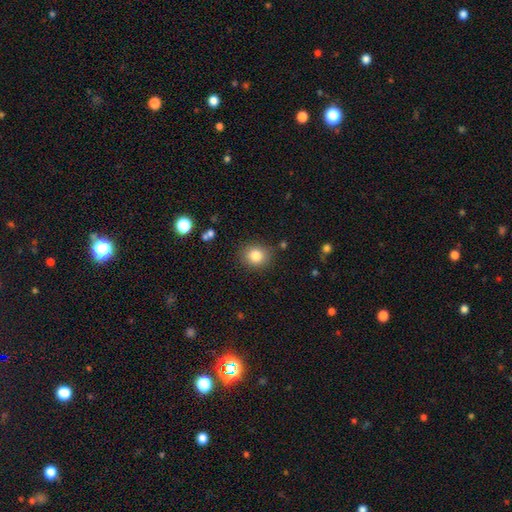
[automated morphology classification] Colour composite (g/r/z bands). It shows a smooth galaxy with no disk features (83%) that is round (75%). Merging: none (86%).